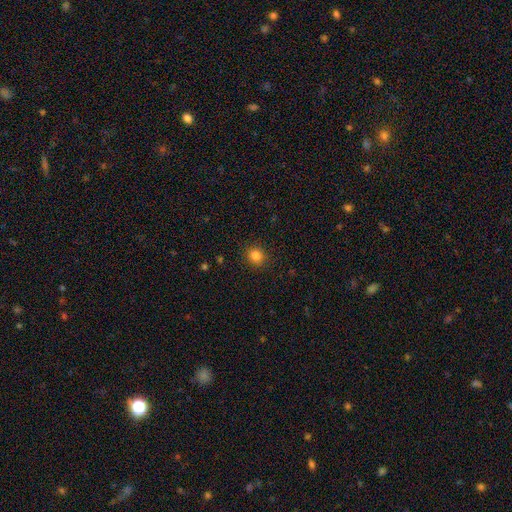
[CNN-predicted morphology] This is clearly a smooth galaxy (84%). How rounded: clearly round (86%). Merging: clearly none (91%).